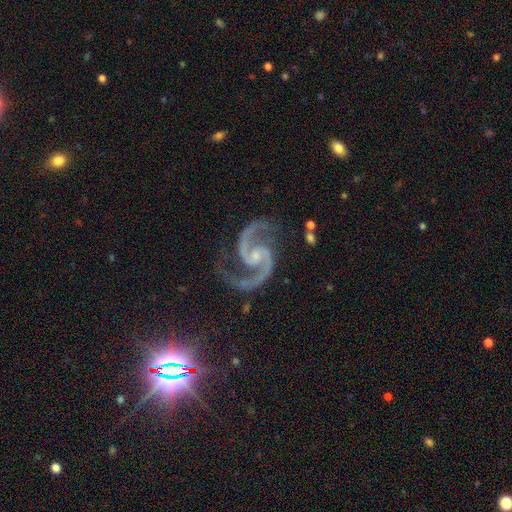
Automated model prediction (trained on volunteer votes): smooth-or-featured: featured or disk: 95% | star or artifact: 4% | smooth: 2%
  disk-edge-on: no: 99% | yes: 1%
    bar: no: 50% | weak: 38% | strong: 12%
    has-spiral-arms: yes: 99% | no: 1%
      spiral-winding: medium: 70% | loose: 16% | tight: 15%
      spiral-arm-count: 2: 95% | 3: 1% | can't tell: 1% | 1: 1% | 4: 1% | more than 4: 1%
    bulge-size: small: 64% | moderate: 25% | none: 10% | large: 1% | dominant: 1%
  merging: none: 74% | minor disturbance: 16% | major disturbance: 7% | merger: 2%